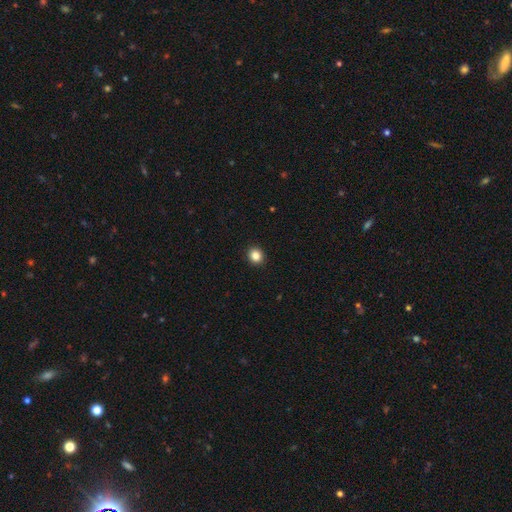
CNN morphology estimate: Q: Smooth or featured?
A: smooth (85%); runner-up: star or artifact (11%)
Q: How rounded?
A: round (82%); runner-up: in between (18%)
Q: Merging?
A: none (93%); runner-up: minor disturbance (5%)